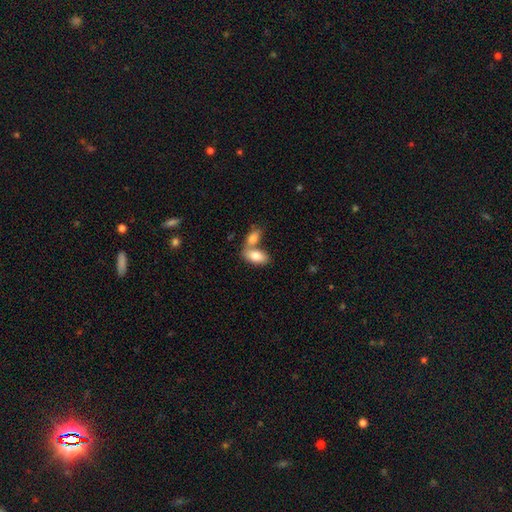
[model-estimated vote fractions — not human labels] Overall: smooth (81%). How rounded: in between (92%). Merging: merger (54%; none 34%).